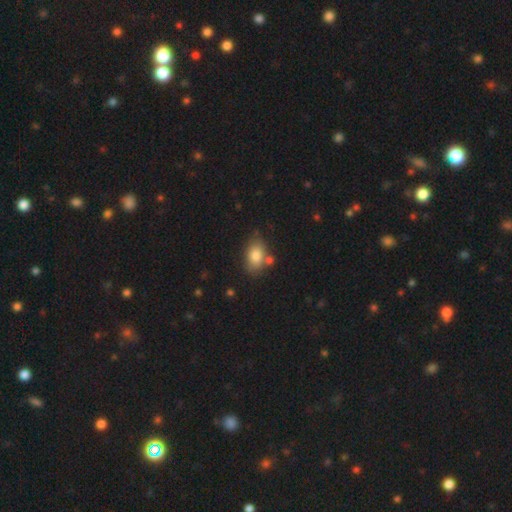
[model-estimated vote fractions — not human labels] A smooth galaxy with no disk features (82%) that is in between round and cigar-shaped (86%). Merging: none (67%).